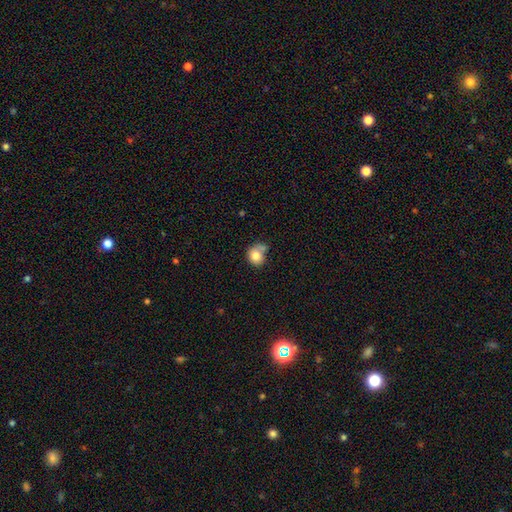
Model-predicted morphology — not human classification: Smooth or featured: smooth — 80% (featured or disk — 11%)
How rounded: round — 74% (in between — 25%)
Merging: none — 45% (merger — 23%)